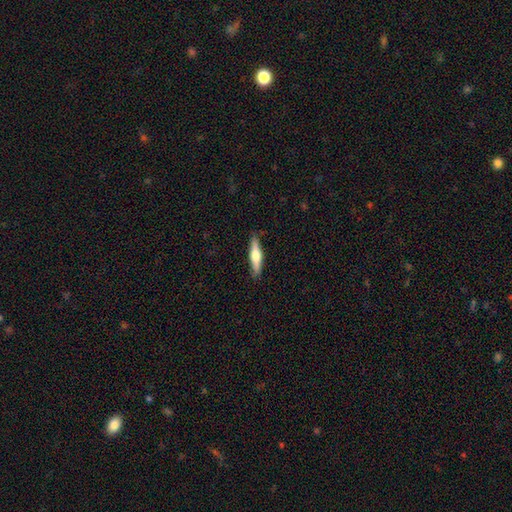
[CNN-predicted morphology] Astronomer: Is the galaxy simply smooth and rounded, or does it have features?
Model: smooth — 48% (runner-up: featured or disk, 47%).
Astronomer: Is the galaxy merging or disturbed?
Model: none — 88%.